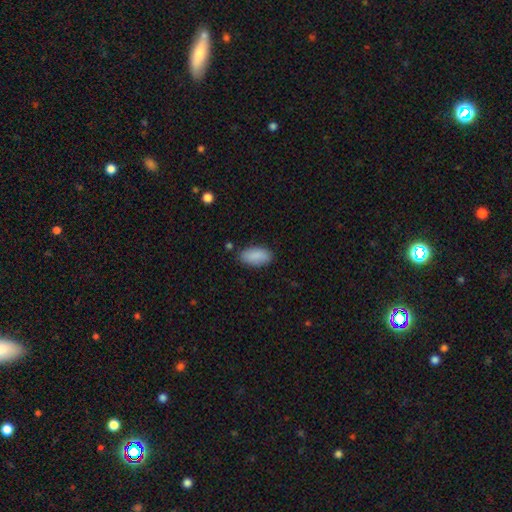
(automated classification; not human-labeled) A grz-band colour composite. It shows a smooth galaxy with no disk features (89%) that is in between round and cigar-shaped (92%). Merging: none (84%).